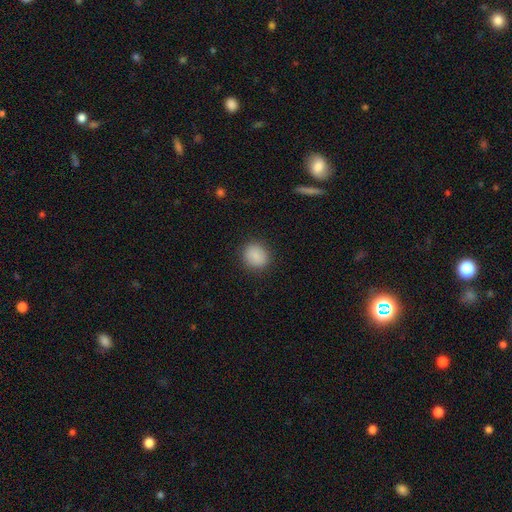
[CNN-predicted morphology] type=smooth (88%); roundness=round (79%); merging=none (89%).